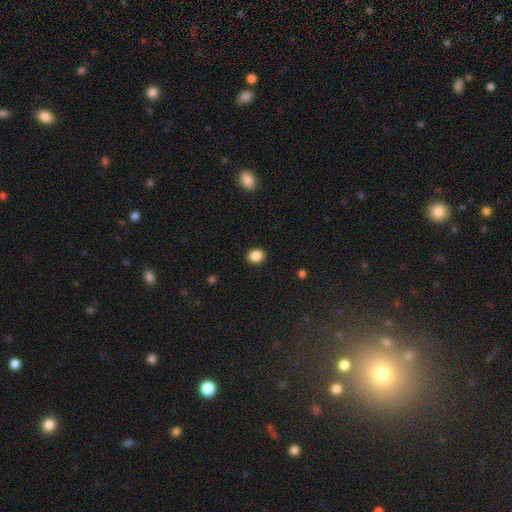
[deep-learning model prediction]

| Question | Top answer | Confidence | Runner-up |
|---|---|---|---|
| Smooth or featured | smooth | 87% | star or artifact (10%) |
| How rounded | round | 72% | in between (27%) |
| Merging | none | 91% | minor disturbance (6%) |